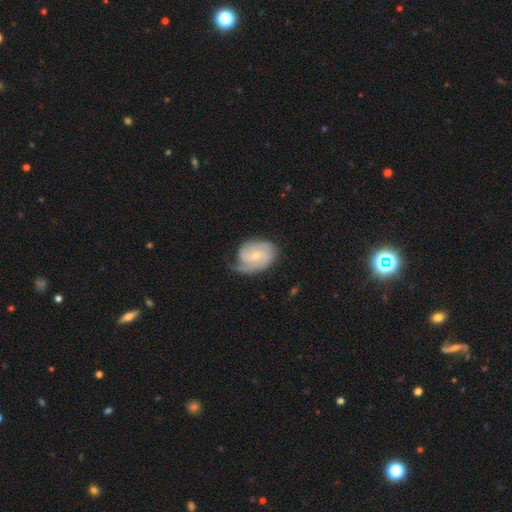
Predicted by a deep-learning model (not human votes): Smooth or featured? Predicted: featured or disk (p=0.75). Edge-on disk? Predicted: no (p=0.97). Bar? Predicted: no (p=0.53). Spiral arms? Predicted: yes (p=0.93). Spiral winding? Predicted: tight (p=0.47). Spiral arm count? Predicted: 2 (p=0.37). Bulge size? Predicted: small (p=0.51). Merging? Predicted: none (p=0.50).